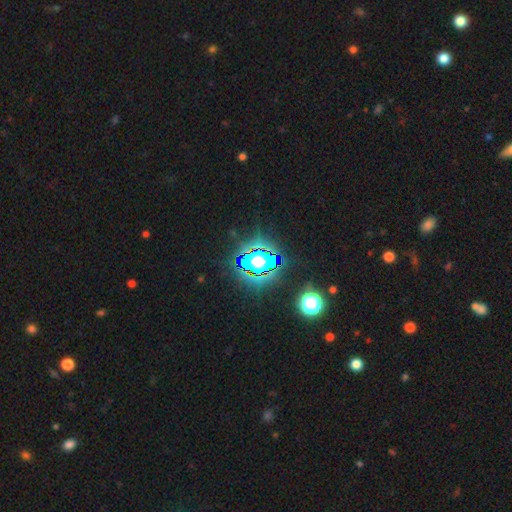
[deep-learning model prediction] The model was most divided on "smooth or featured": star or artifact: 77%, smooth: 14%, featured or disk: 10%.